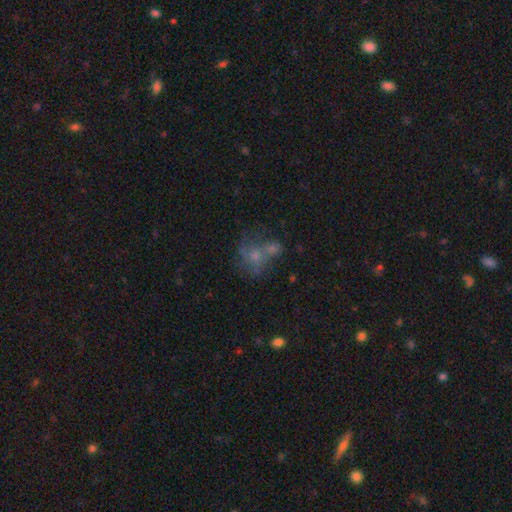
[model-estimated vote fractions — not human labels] A smooth galaxy with no disk features (46%). Merging: merger (40%).